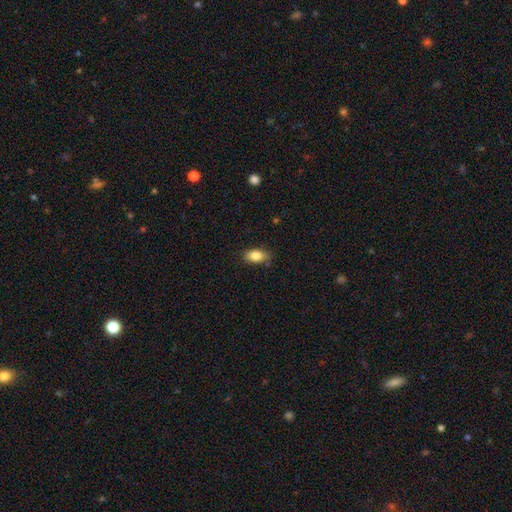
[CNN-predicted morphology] smooth_or_featured: smooth (p=0.84) [alt: star or artifact p=0.08]
how_rounded: in between (p=0.89) [alt: round p=0.07]
merging: none (p=0.78) [alt: minor disturbance p=0.17]